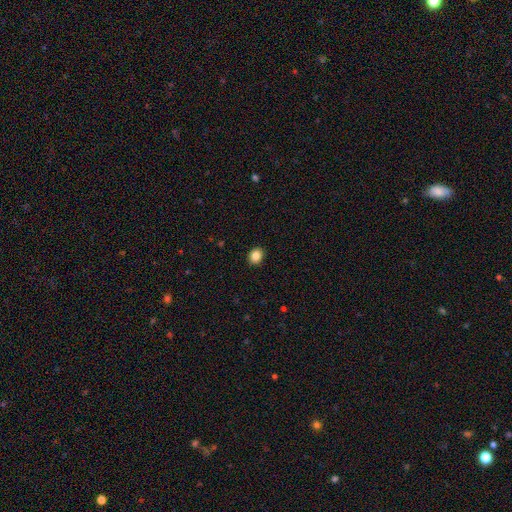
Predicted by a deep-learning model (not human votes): A smooth galaxy with no disk features (85%) that is round (58%).

Vote fractions:
- Smooth or featured? smooth: 85% / star or artifact: 10% / featured or disk: 5%
- How rounded? round: 58% / in between: 41% / cigar-shaped: 1%
- Merging? none: 91% / minor disturbance: 6% / major disturbance: 2% / merger: 1%